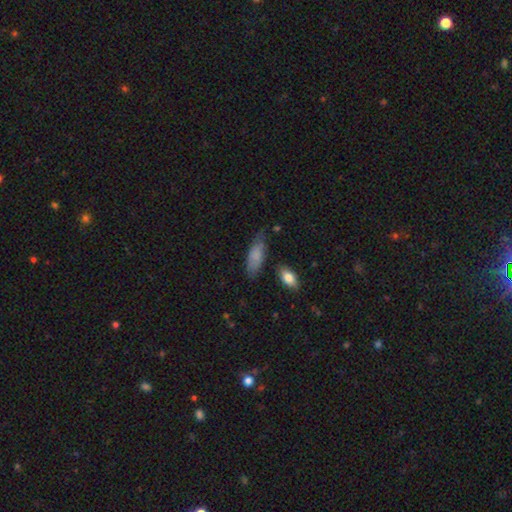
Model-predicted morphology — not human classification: Q: Smooth or featured?
A: smooth (80%); runner-up: featured or disk (13%)
Q: How rounded?
A: in between (73%); runner-up: cigar-shaped (24%)
Q: Merging?
A: none (61%); runner-up: minor disturbance (29%)